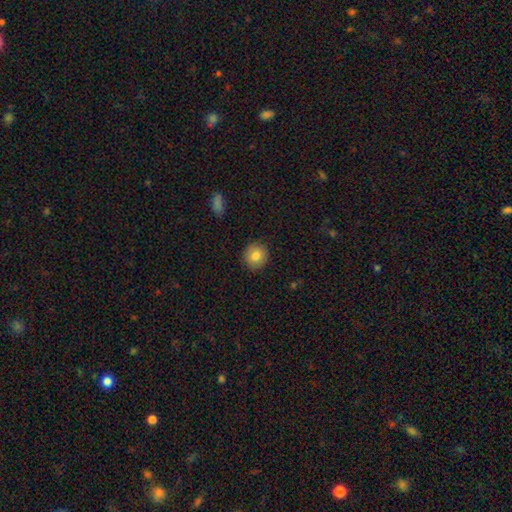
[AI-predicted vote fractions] Smooth or featured? Predicted: smooth (p=0.82). How rounded? Predicted: round (p=0.92). Merging? Predicted: none (p=0.91).